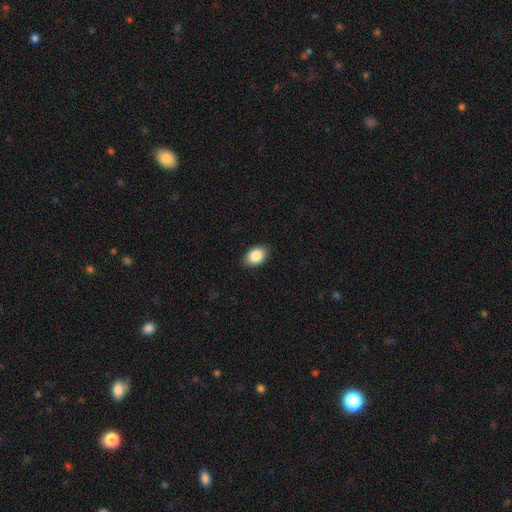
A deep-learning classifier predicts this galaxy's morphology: A smooth galaxy with no disk features (86%) that is in between round and cigar-shaped (85%). Merging: none (88%).